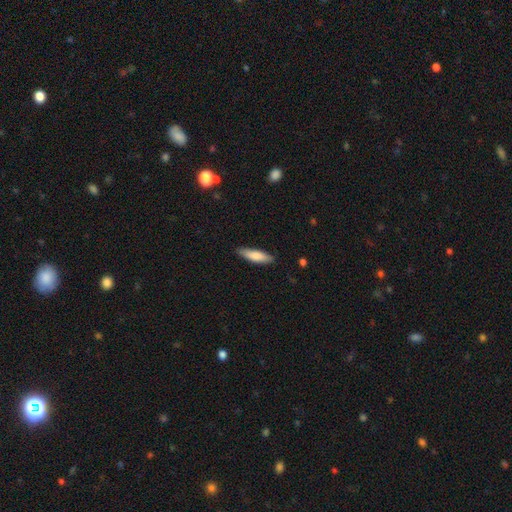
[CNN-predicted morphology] Smooth or featured? smooth (81%)
How rounded? cigar-shaped (63%)
Merging? none (87%)